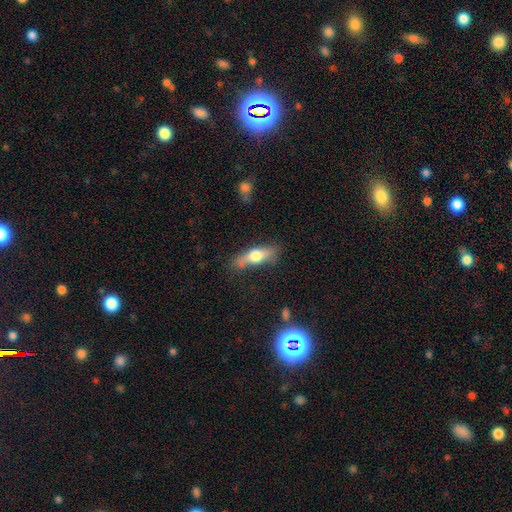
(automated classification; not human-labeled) This is possibly a smooth galaxy (55%). How rounded: possibly cigar-shaped (50%). Merging: likely none (65%).